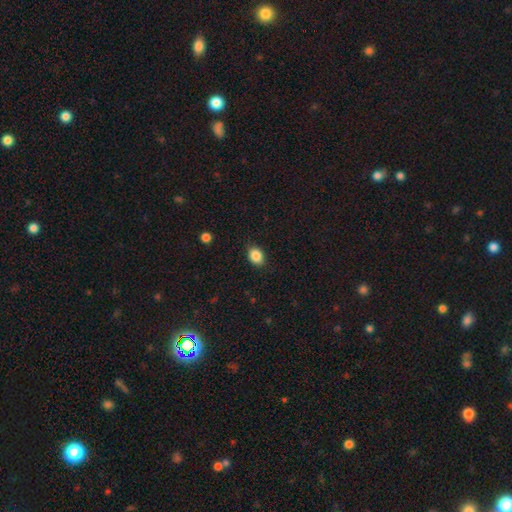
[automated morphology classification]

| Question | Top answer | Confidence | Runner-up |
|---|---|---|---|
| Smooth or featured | smooth | 87% | star or artifact (9%) |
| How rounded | in between | 61% | round (38%) |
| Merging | none | 85% | minor disturbance (11%) |